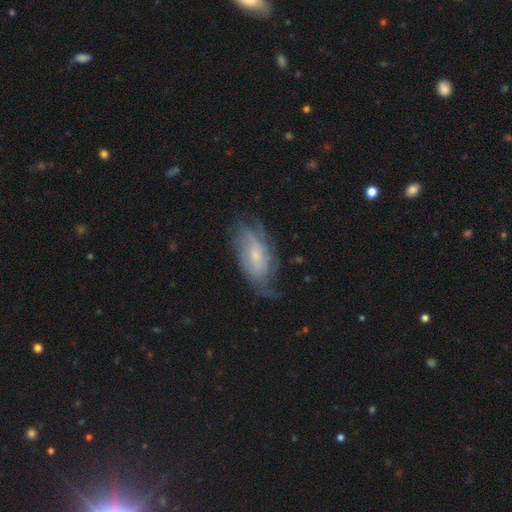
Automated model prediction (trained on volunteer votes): A featured or disk galaxy (72%) with no bar (61%), tight (46%) spiral arms (88%) and a small central bulge (61%). Merging: none (60%).